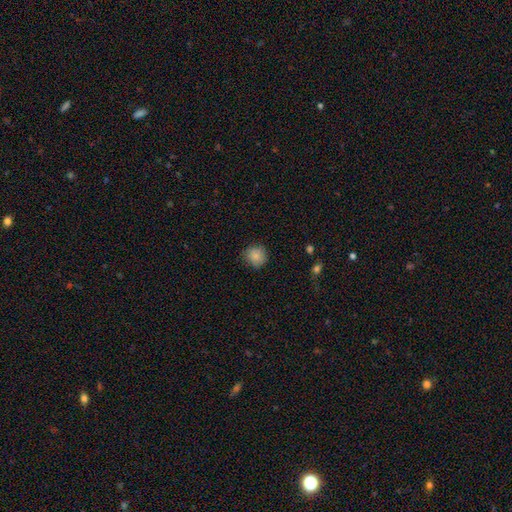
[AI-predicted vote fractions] Smooth or featured: smooth — 85% (star or artifact — 9%)
How rounded: round — 91% (in between — 9%)
Merging: none — 81% (minor disturbance — 15%)